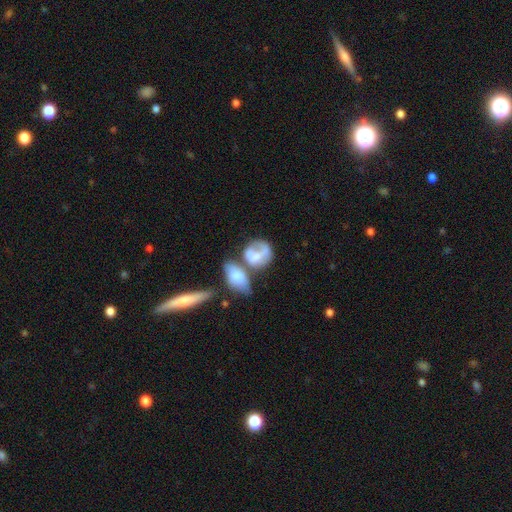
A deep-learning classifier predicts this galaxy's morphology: This is possibly a smooth galaxy (57%). How rounded: possibly round (56%). Merging: marginally merger (40%).